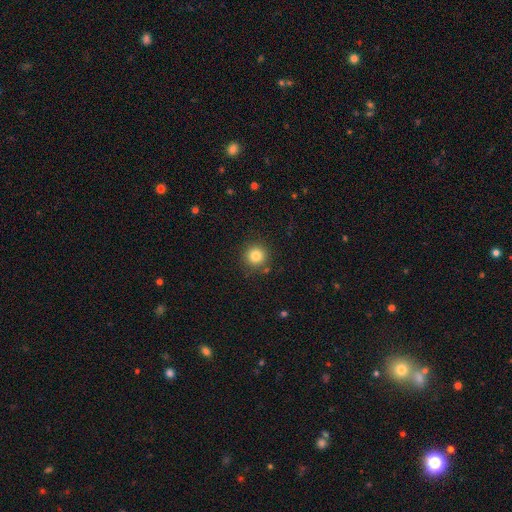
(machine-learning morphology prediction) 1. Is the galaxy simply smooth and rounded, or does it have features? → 83% smooth, 11% star or artifact, 6% featured or disk.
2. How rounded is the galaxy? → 95% round, 4% in between, 1% cigar-shaped.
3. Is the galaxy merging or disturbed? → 87% none, 8% minor disturbance, 3% merger, 3% major disturbance.